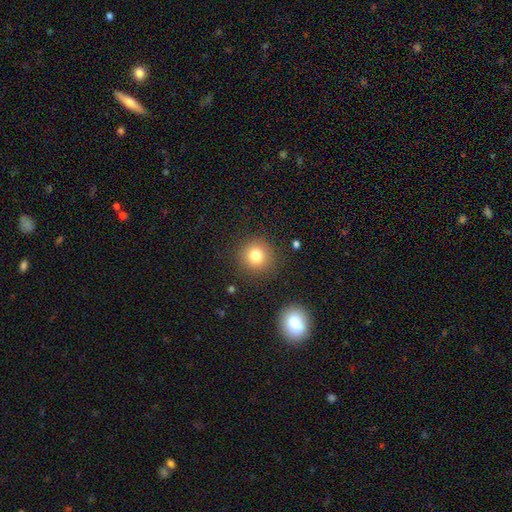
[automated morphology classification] Q: Smooth or featured?
A: smooth (79%); runner-up: star or artifact (12%)
Q: How rounded?
A: round (93%); runner-up: in between (6%)
Q: Merging?
A: none (88%); runner-up: minor disturbance (7%)